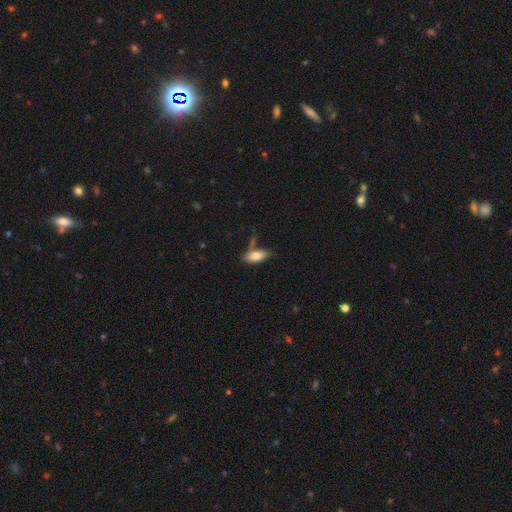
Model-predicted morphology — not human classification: Q: Smooth or featured?
A: smooth (82%); runner-up: featured or disk (11%)
Q: How rounded?
A: in between (84%); runner-up: cigar-shaped (13%)
Q: Merging?
A: none (61%); runner-up: minor disturbance (21%)